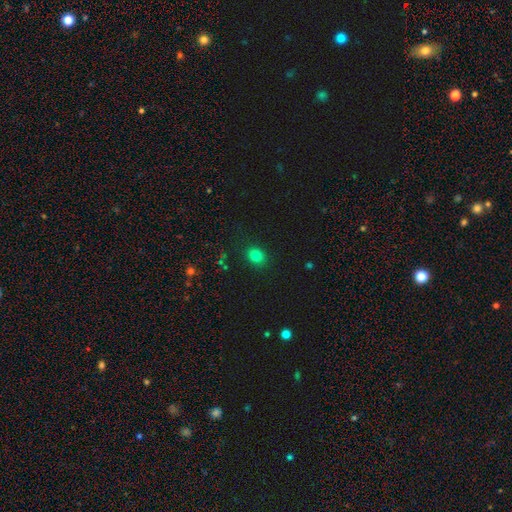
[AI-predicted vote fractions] smooth-or-featured: smooth: 81% | star or artifact: 14% | featured or disk: 6%
  how-rounded: round: 60% | in between: 39% | cigar-shaped: 1%
  merging: none: 88% | minor disturbance: 8% | major disturbance: 3% | merger: 1%